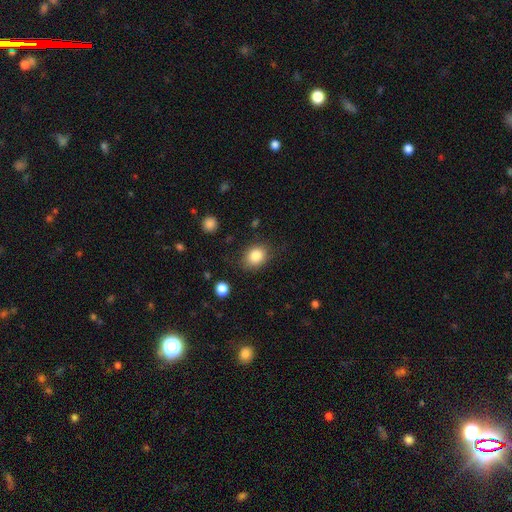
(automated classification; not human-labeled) Smooth or featured: smooth — 84% (star or artifact — 9%)
How rounded: in between — 51% (round — 48%)
Merging: none — 80% (minor disturbance — 14%)